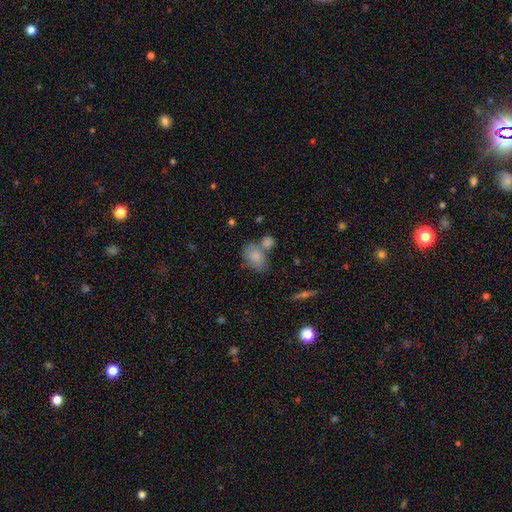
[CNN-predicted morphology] This is clearly a smooth galaxy (81%). How rounded: clearly in between (81%). Merging: possibly none (46%).